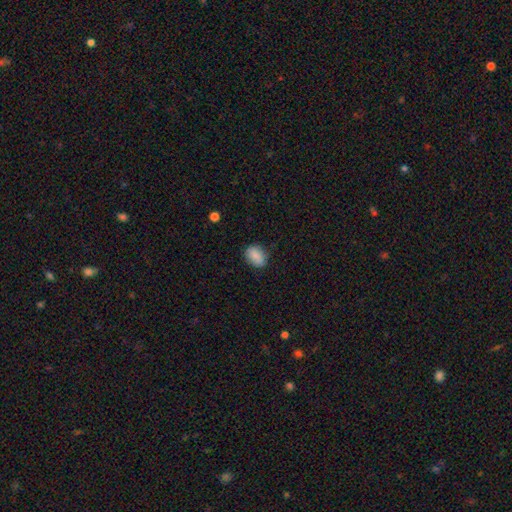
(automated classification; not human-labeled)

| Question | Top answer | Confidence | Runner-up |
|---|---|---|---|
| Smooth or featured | smooth | 86% | star or artifact (8%) |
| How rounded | in between | 74% | round (25%) |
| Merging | none | 81% | minor disturbance (15%) |